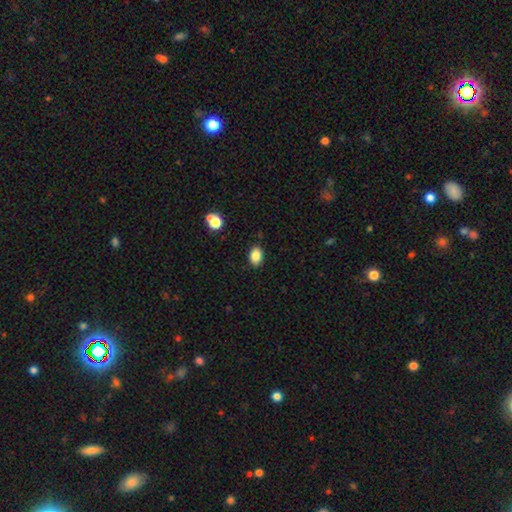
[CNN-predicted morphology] smooth_or_featured: smooth (p=0.86) [alt: star or artifact p=0.09]
how_rounded: in between (p=0.83) [alt: round p=0.16]
merging: none (p=0.87) [alt: minor disturbance p=0.09]